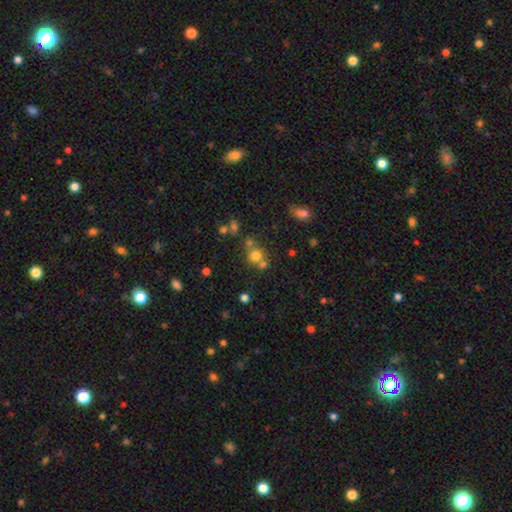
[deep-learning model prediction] A smooth galaxy with no disk features (71%) that is round (86%).

Vote fractions:
- Smooth or featured? smooth: 71% / star or artifact: 18% / featured or disk: 11%
- How rounded? round: 86% / in between: 13% / cigar-shaped: 1%
- Merging? none: 54% / merger: 32% / minor disturbance: 9% / major disturbance: 4%